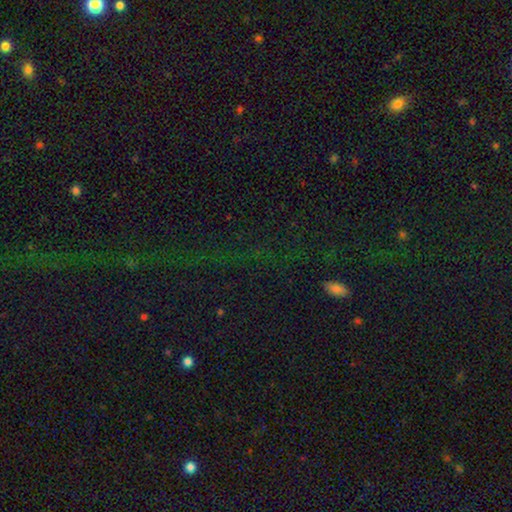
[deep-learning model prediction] star or artifact 74%, smooth 15%, featured or disk 12%.